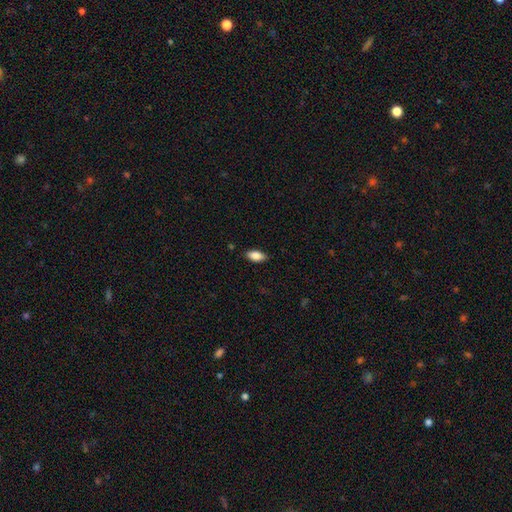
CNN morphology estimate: A smooth galaxy with no disk features (86%) that is in between round and cigar-shaped (90%). Merging: none (85%).